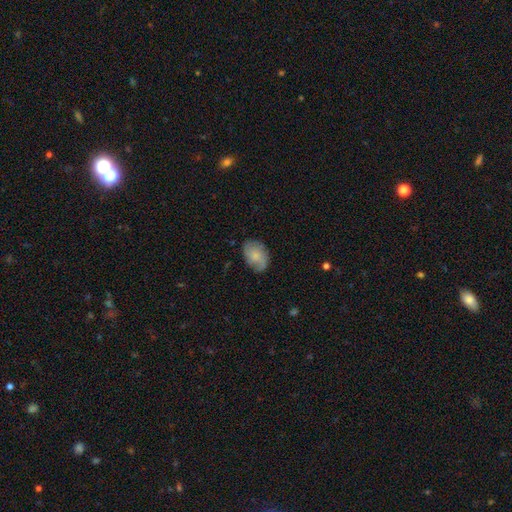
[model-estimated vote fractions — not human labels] Q: Smooth or featured?
A: smooth (62%); runner-up: featured or disk (31%)
Q: How rounded?
A: in between (82%); runner-up: round (17%)
Q: Merging?
A: none (72%); runner-up: minor disturbance (21%)